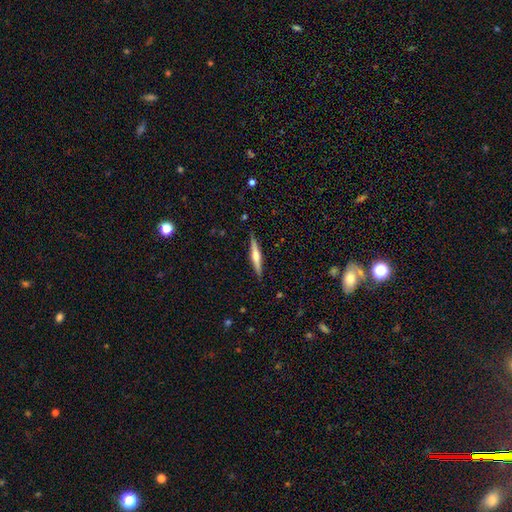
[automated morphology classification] This is likely a featured or disk galaxy (64%). It is clearly viewed edge-on (97%). Edge-on bulge: clearly rounded (85%). Merging: clearly none (90%).